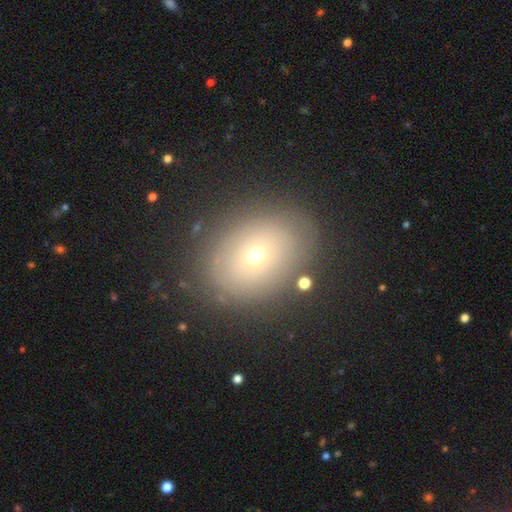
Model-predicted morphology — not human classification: A smooth galaxy with no disk features (58%) that is in between round and cigar-shaped (55%). Merging: none (82%).